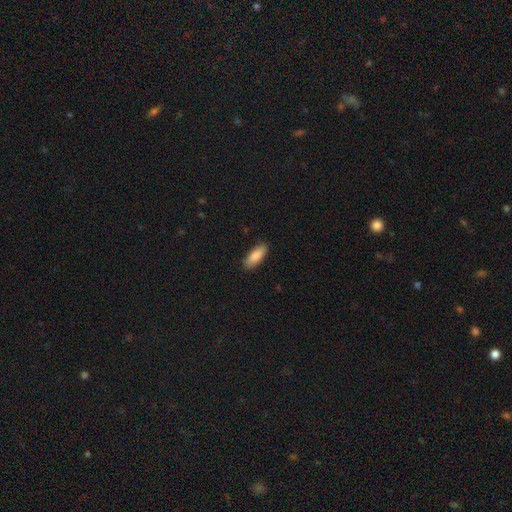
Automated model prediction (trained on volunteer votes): Smooth or featured?
  - smooth: 88% *
  - featured or disk: 7%
  - star or artifact: 6%
How rounded?
  - in between: 72% *
  - cigar-shaped: 26%
  - round: 2%
Merging?
  - none: 88% *
  - minor disturbance: 9%
  - major disturbance: 2%
  - merger: 1%